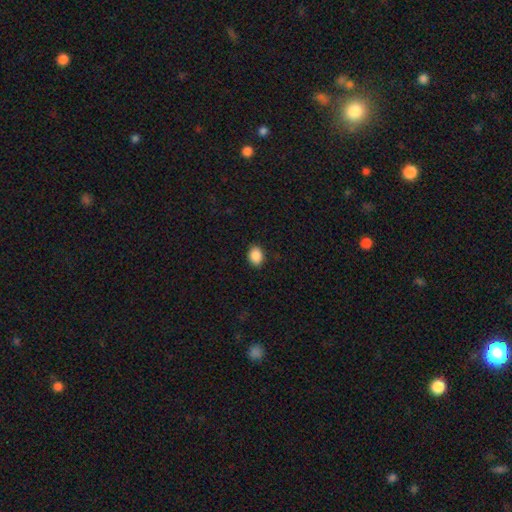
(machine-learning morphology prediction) type=smooth (89%); roundness=in between (57%); merging=none (88%).